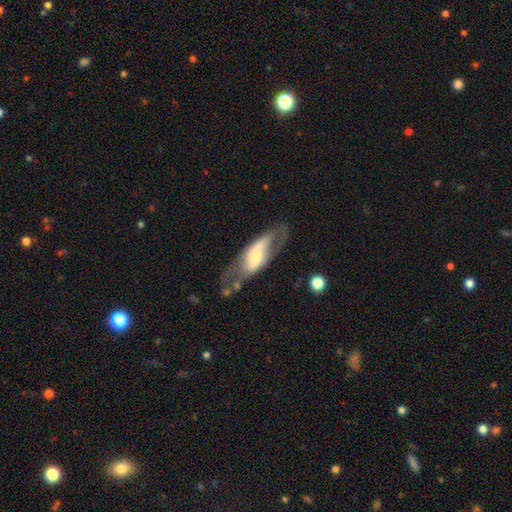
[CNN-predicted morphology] Smooth or featured: featured or disk — 56% (smooth — 38%)
Edge-on disk: no — 78% (yes — 22%)
Merging: none — 50% (minor disturbance — 25%)